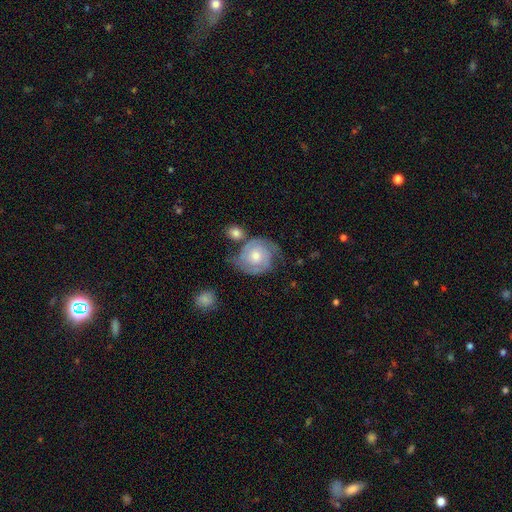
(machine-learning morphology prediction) A featured or disk galaxy (76%) with no bar (75%), 2 (74%) tight (59%) spiral arms (93%) and a moderate central bulge (64%).

Vote fractions:
- Smooth or featured? featured or disk: 76% / smooth: 18% / star or artifact: 5%
- Edge-on disk? no: 98% / yes: 2%
- Bar? no: 75% / weak: 21% / strong: 3%
- Spiral arms? yes: 93% / no: 7%
- Spiral winding? tight: 59% / medium: 32% / loose: 9%
- Spiral arm count? 2: 74% / can't tell: 13% / 3: 7% / 1: 3% / 4: 2% / more than 4: 2%
- Bulge size? moderate: 64% / small: 24% / large: 8% / none: 2% / dominant: 1%
- Merging? none: 53% / minor disturbance: 24% / major disturbance: 12% / merger: 11%